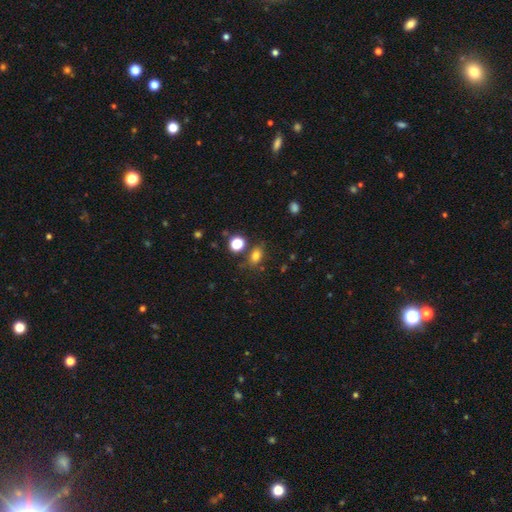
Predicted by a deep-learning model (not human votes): A smooth galaxy with no disk features (76%) that is in between round and cigar-shaped (73%). Merging: none (74%).